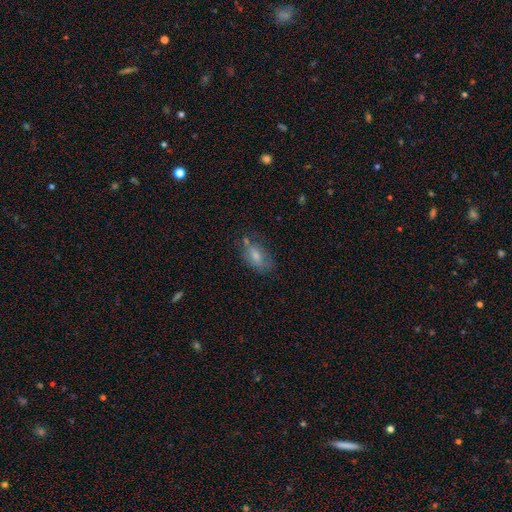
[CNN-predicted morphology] type=smooth (71%); roundness=in between (88%); merging=none (58%).